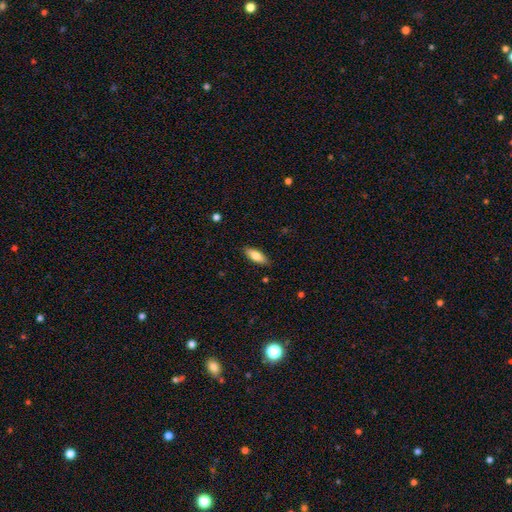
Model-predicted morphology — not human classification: A smooth galaxy with no disk features (79%) that is in between round and cigar-shaped (72%).

Vote fractions:
- Smooth or featured? smooth: 79% / featured or disk: 14% / star or artifact: 6%
- How rounded? in between: 72% / cigar-shaped: 26% / round: 2%
- Merging? none: 86% / minor disturbance: 10% / major disturbance: 2% / merger: 1%